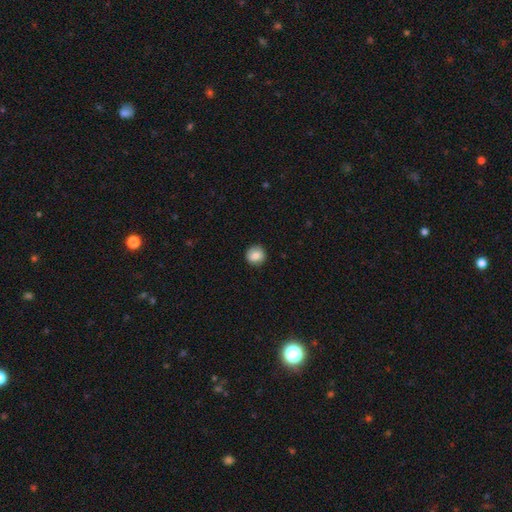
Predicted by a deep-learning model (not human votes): Smooth or featured: smooth — 83% (featured or disk — 9%)
How rounded: round — 90% (in between — 9%)
Merging: none — 89% (minor disturbance — 8%)